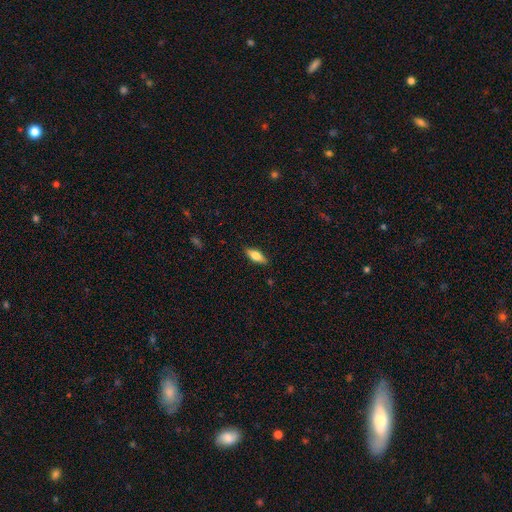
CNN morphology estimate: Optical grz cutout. It shows a smooth galaxy with no disk features (61%) that is in between round and cigar-shaped (64%). Merging: none (87%).